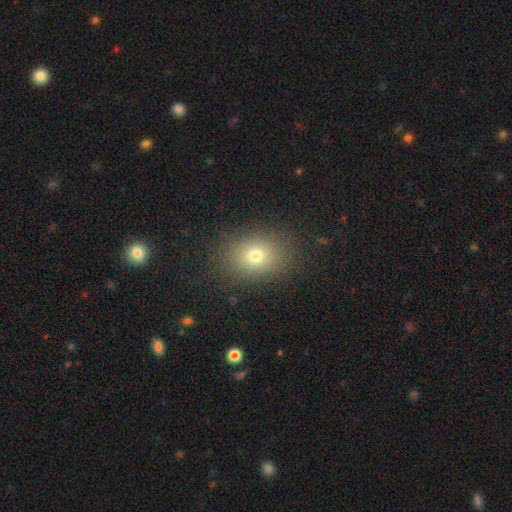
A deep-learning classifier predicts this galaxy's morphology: Q: Smooth or featured?
A: smooth (73%); runner-up: star or artifact (15%)
Q: How rounded?
A: in between (60%); runner-up: round (39%)
Q: Merging?
A: none (86%); runner-up: minor disturbance (9%)